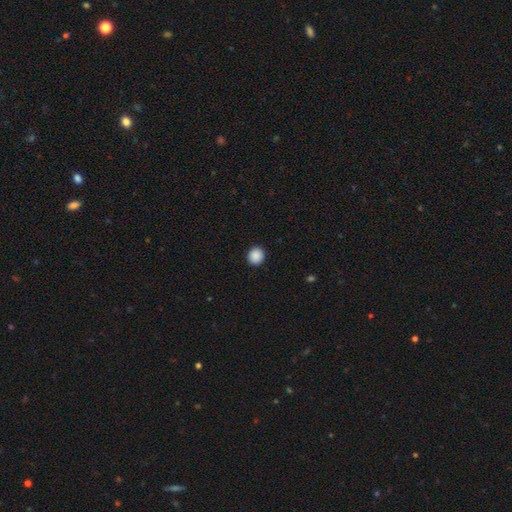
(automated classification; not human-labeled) Smooth or featured?
  - smooth: 89% *
  - star or artifact: 9%
  - featured or disk: 2%
How rounded?
  - round: 88% *
  - in between: 11%
  - cigar-shaped: 1%
Merging?
  - none: 92% *
  - minor disturbance: 5%
  - major disturbance: 2%
  - merger: 1%